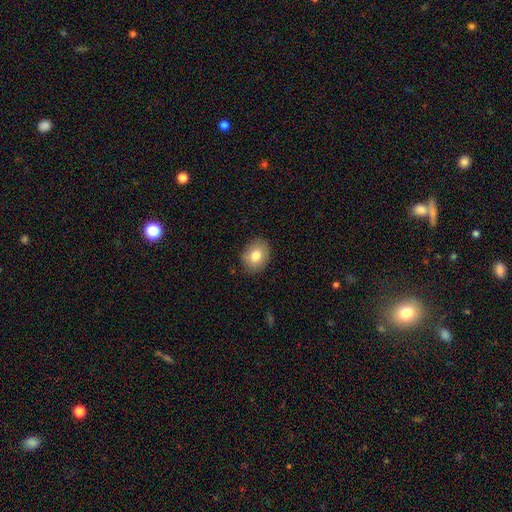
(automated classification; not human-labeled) Overall: smooth (80%). How rounded: in between (52%; round 47%). Merging: none (85%).